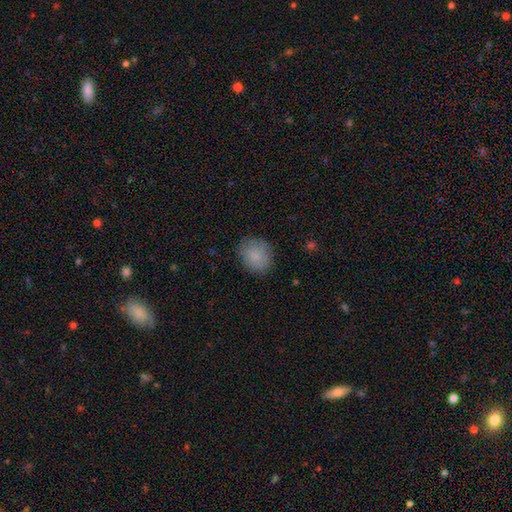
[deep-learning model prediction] A smooth galaxy with no disk features (84%) that is round (62%). Merging: none (82%).